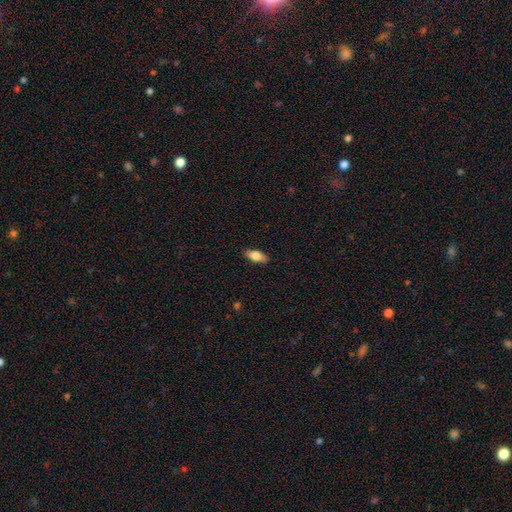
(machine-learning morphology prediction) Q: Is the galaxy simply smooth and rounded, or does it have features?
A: smooth — 77%.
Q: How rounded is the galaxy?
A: in between — 82%.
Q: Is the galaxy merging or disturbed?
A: none — 88%.